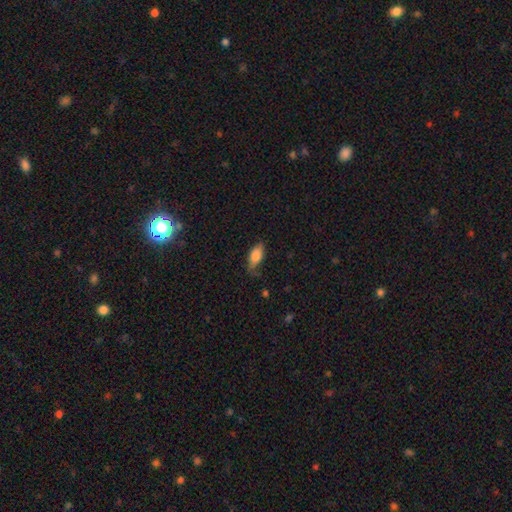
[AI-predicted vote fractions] This is likely a smooth galaxy (73%). How rounded: clearly in between (81%). Merging: likely none (62%).